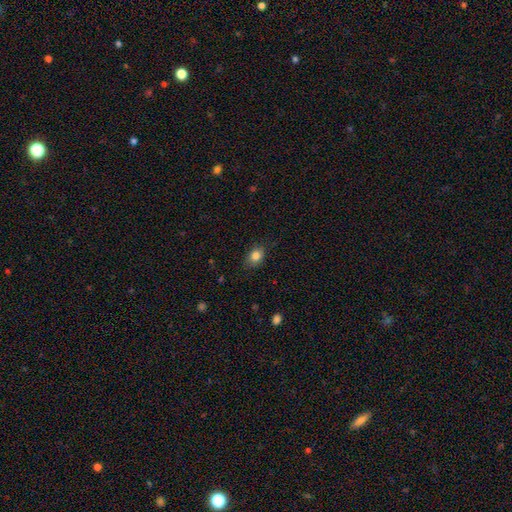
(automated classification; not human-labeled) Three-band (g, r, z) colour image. It shows a smooth galaxy with no disk features (83%) that is in between round and cigar-shaped (66%). Merging: none (81%).